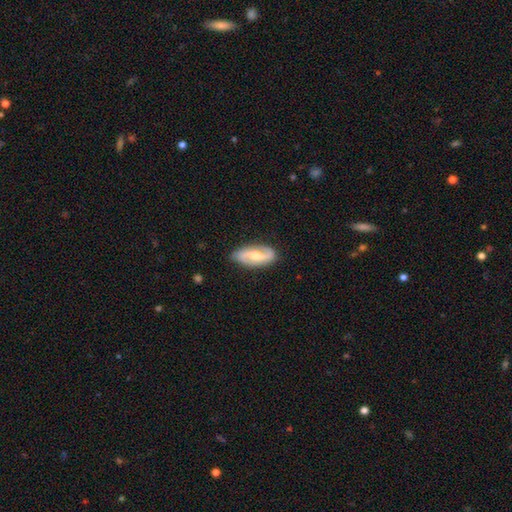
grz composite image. It shows a featured or disk galaxy (90%) with a weak bar (53%), 2 (97%) medium (70%) spiral arms (97%) and a moderate central bulge (88%). Merging: none (89%).